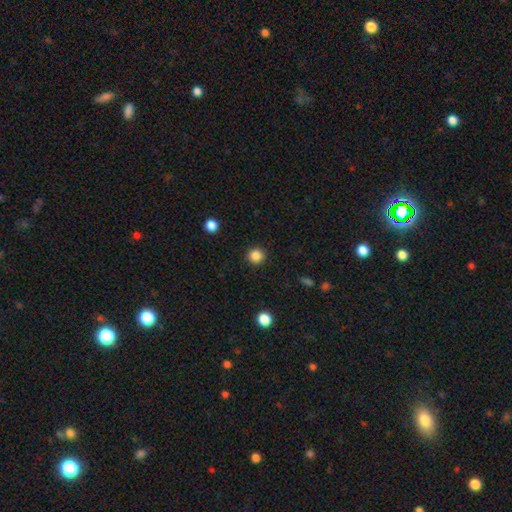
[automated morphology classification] Smooth or featured? Predicted: smooth (p=0.85). How rounded? Predicted: round (p=0.94). Merging? Predicted: none (p=0.92).